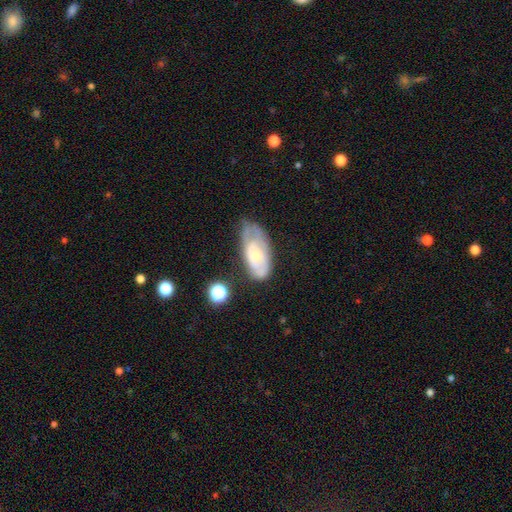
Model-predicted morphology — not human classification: Smooth or featured? featured or disk (59%)
Edge-on disk? no (92%)
Bar? no (77%)
Spiral arms? yes (60%)
Bulge size? small (54%)
Merging? none (43%)